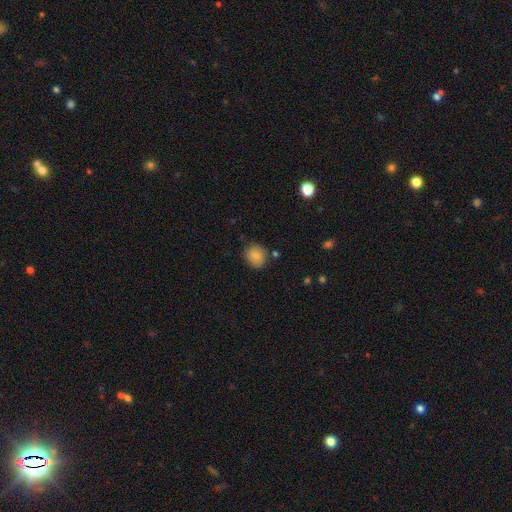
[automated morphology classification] A smooth galaxy with no disk features (82%) that is round (82%). Merging: none (82%).